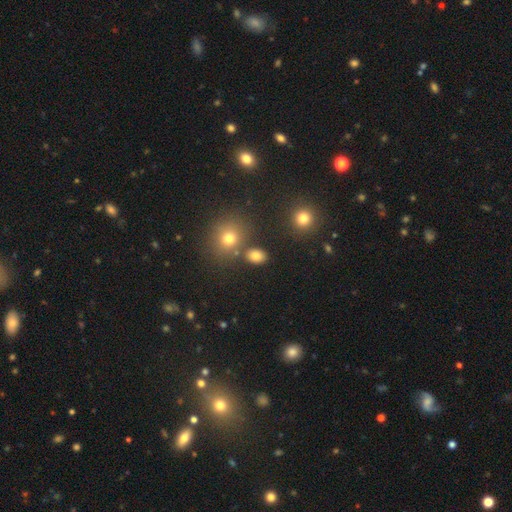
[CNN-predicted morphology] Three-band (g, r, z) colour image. It shows a smooth galaxy with no disk features (80%) that is in between round and cigar-shaped (65%). Merging: none (79%).